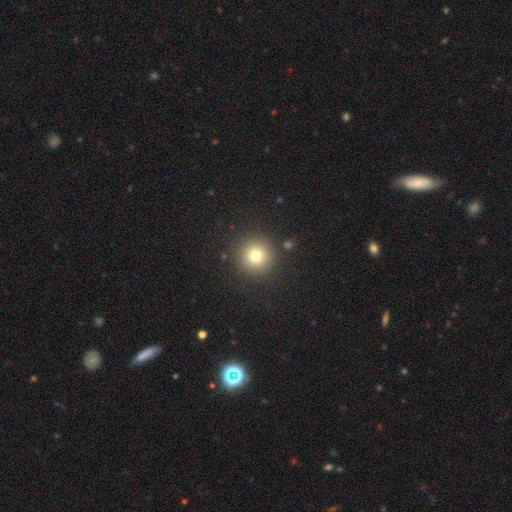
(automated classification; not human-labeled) Overall: smooth (76%). How rounded: round (96%). Merging: none (90%).